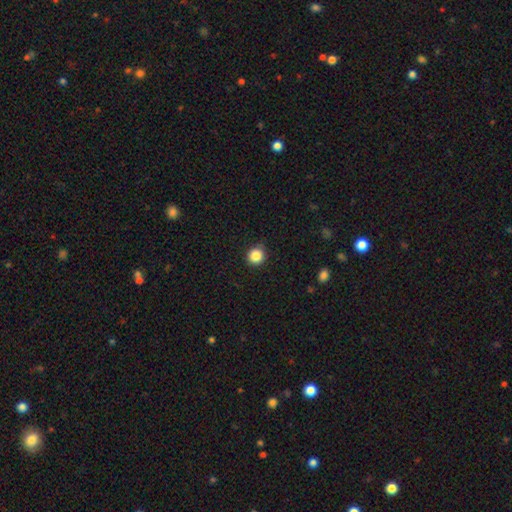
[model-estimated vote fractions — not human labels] The model was most divided on "merging": none: 85%, minor disturbance: 11%, major disturbance: 2%, merger: 1%. More confident: how rounded — round (92%); smooth or featured — smooth (85%).